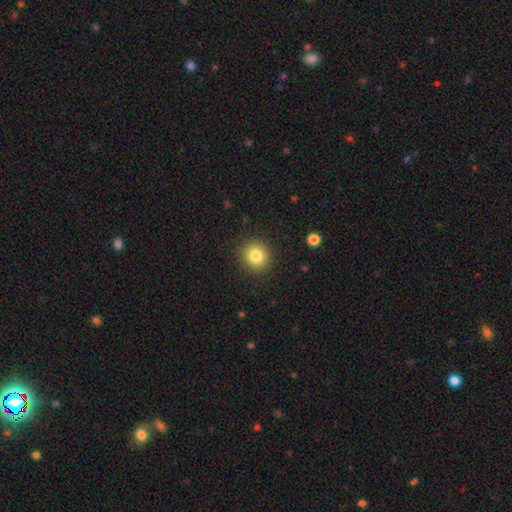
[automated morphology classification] Smooth or featured: smooth — 83% (star or artifact — 10%)
How rounded: round — 89% (in between — 10%)
Merging: none — 90% (minor disturbance — 6%)